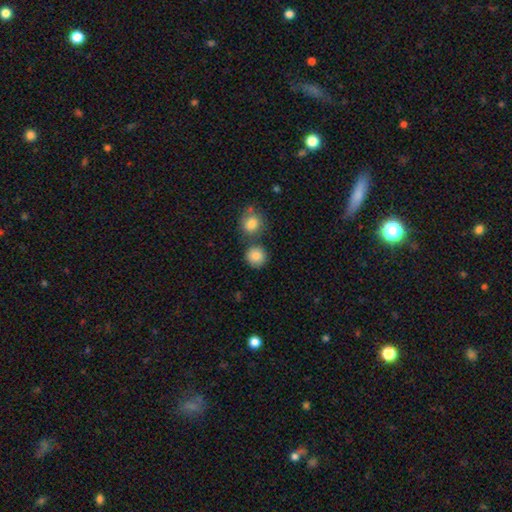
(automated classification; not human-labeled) The model was most divided on "merging": none: 68%, merger: 20%, minor disturbance: 9%, major disturbance: 3%. More confident: how rounded — round (90%); smooth or featured — smooth (86%).